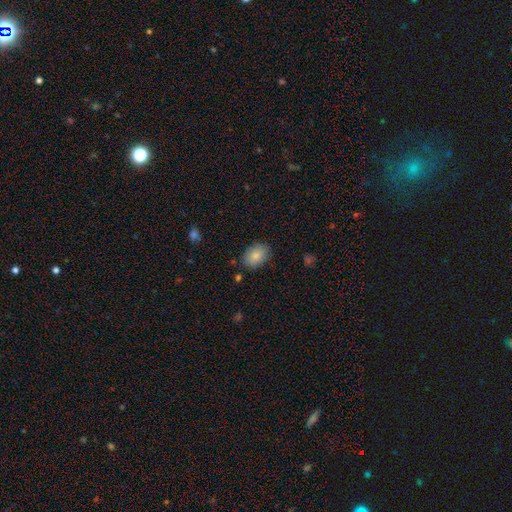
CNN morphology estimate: Smooth or featured? smooth (85%)
How rounded? in between (81%)
Merging? none (83%)